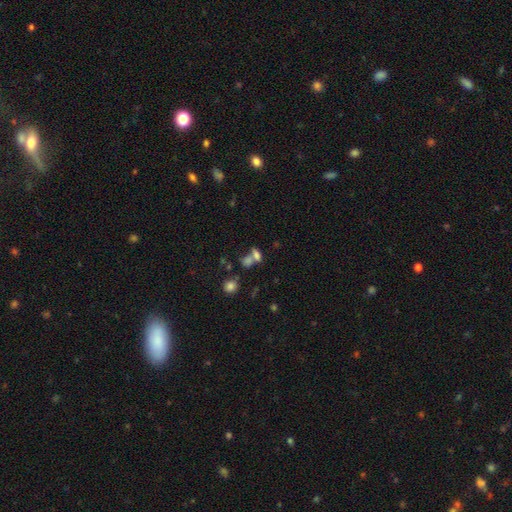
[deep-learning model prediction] smooth 69%, star or artifact 16%, featured or disk 15%. Down the decision tree: how rounded — in between (74%); merging — merger (49%).